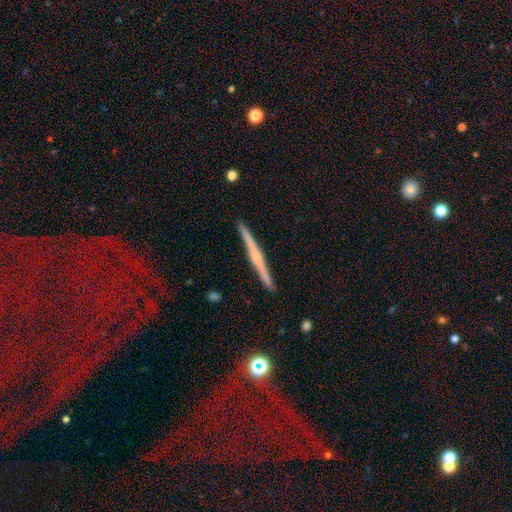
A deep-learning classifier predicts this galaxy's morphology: This appears to be a featured or disk galaxy (73%) viewed edge-on (98%) with a rounded central bulge (69%). Merging: none (90%).